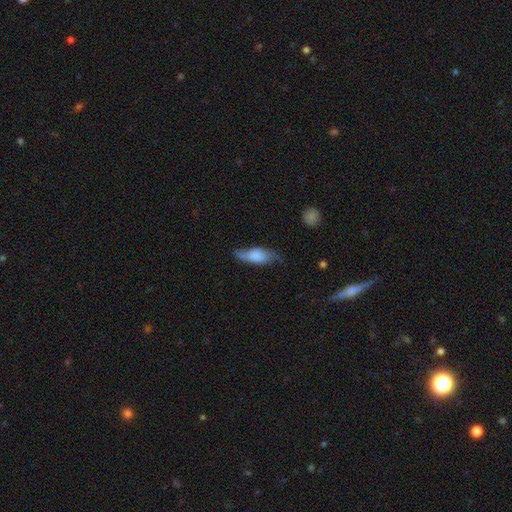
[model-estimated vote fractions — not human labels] Smooth or featured?
  - smooth: 60% *
  - featured or disk: 33%
  - star or artifact: 7%
How rounded?
  - in between: 67% *
  - cigar-shaped: 29%
  - round: 3%
Merging?
  - none: 56% *
  - minor disturbance: 31%
  - major disturbance: 11%
  - merger: 3%